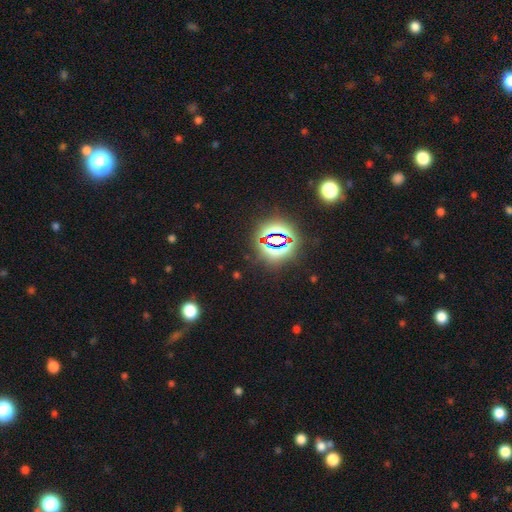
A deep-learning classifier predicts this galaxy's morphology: This is clearly a star or artifact rather than a galaxy (82%).